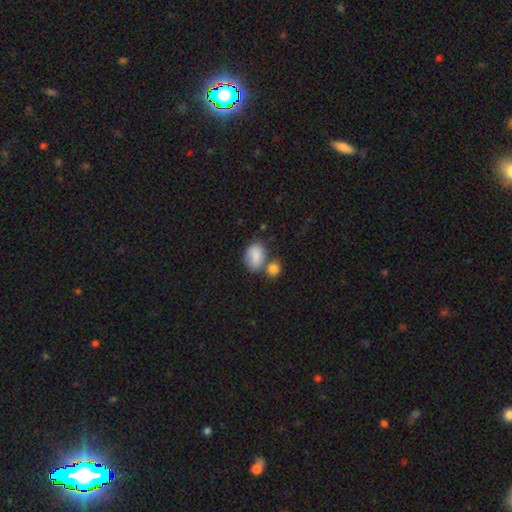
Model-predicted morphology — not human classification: Q: Smooth or featured?
A: smooth (84%); runner-up: featured or disk (9%)
Q: How rounded?
A: in between (76%); runner-up: round (22%)
Q: Merging?
A: none (39%); runner-up: merger (37%)